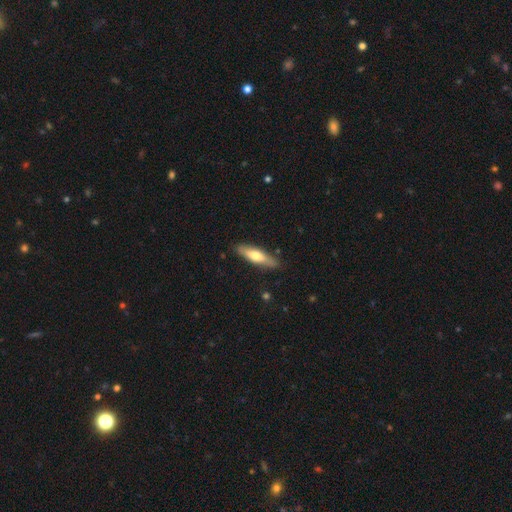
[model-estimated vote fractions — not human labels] Overall: smooth (56%; featured or disk 39%). How rounded: cigar-shaped (67%; in between 31%). Merging: none (86%).